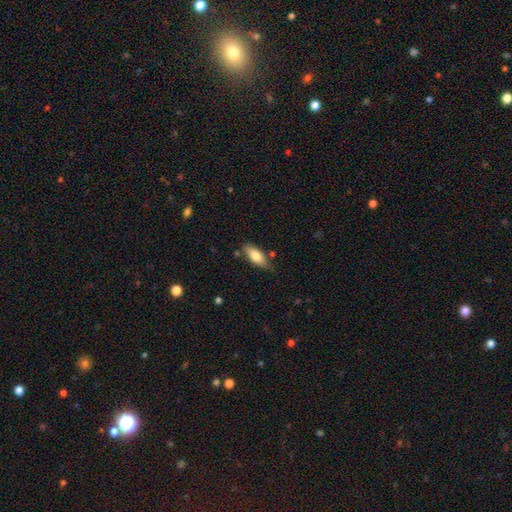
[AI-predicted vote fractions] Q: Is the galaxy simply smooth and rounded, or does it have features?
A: smooth — 76%.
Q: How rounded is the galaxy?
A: in between — 78%.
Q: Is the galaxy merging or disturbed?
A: none — 67%.